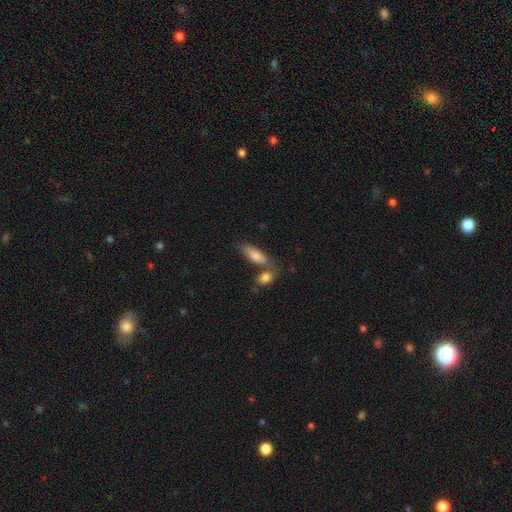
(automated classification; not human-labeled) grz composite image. It shows a smooth galaxy with no disk features (79%) that is in between round and cigar-shaped (63%). Merging: none (53%).